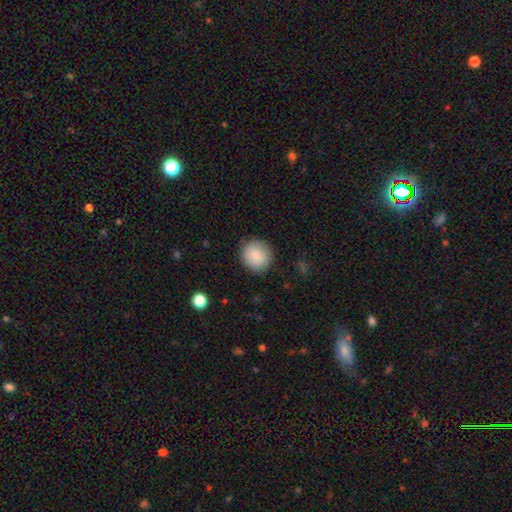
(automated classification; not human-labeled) A smooth galaxy with no disk features (85%) that is round (87%). Merging: none (88%).